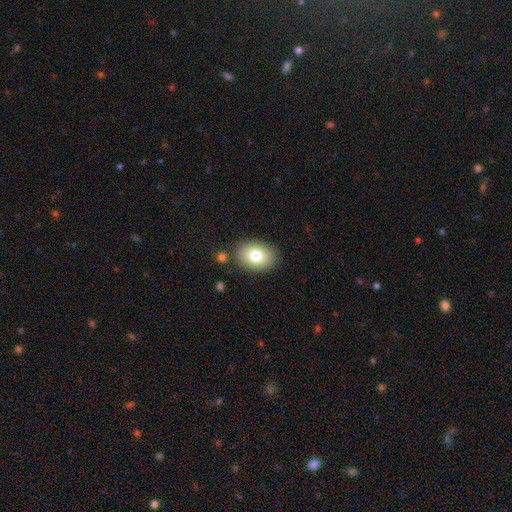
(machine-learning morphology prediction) A smooth galaxy with no disk features (78%) that is in between round and cigar-shaped (75%). Merging: none (84%).